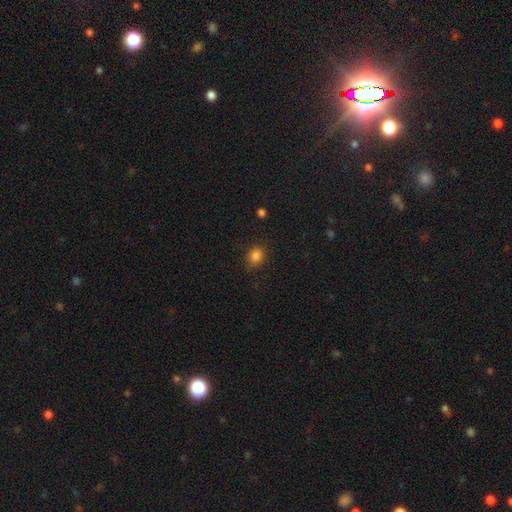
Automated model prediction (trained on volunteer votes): Q: Smooth or featured?
A: smooth (85%); runner-up: star or artifact (12%)
Q: How rounded?
A: round (65%); runner-up: in between (34%)
Q: Merging?
A: none (82%); runner-up: minor disturbance (13%)